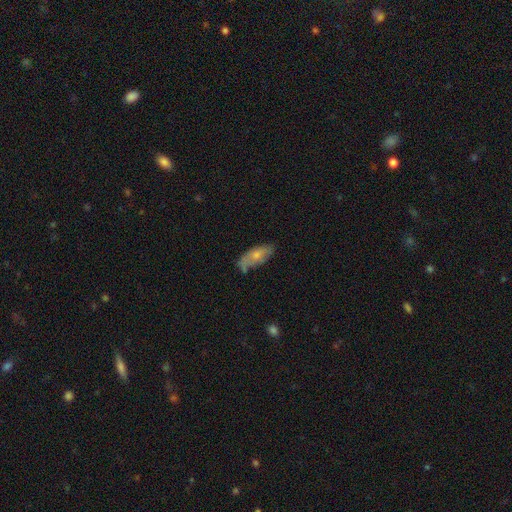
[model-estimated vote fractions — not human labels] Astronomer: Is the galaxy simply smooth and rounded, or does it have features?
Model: smooth — 65%.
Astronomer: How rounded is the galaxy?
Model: in between — 77%.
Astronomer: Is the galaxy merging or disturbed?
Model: none — 60%.